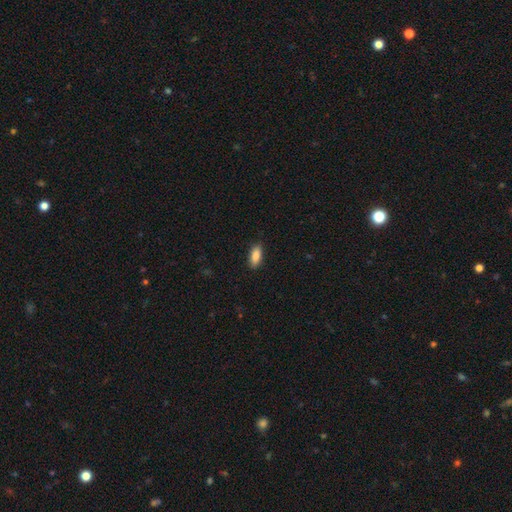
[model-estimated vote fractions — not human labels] The model was most divided on "how rounded": in between: 83%, cigar-shaped: 15%, round: 2%. More confident: merging — none (87%); smooth or featured — smooth (87%).